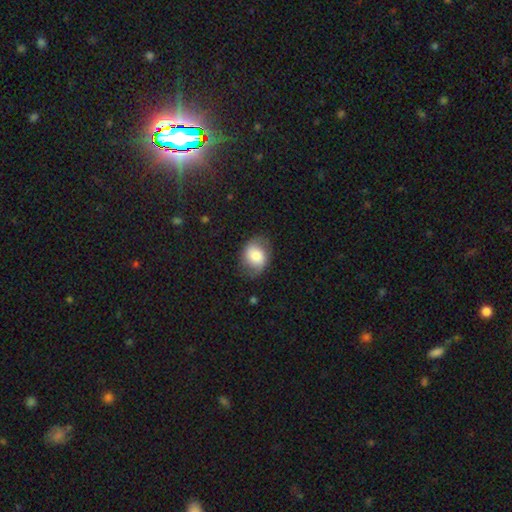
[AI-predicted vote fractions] smooth 64%, featured or disk 29%, star or artifact 8%. Down the decision tree: how rounded — in between (58%); merging — none (69%).